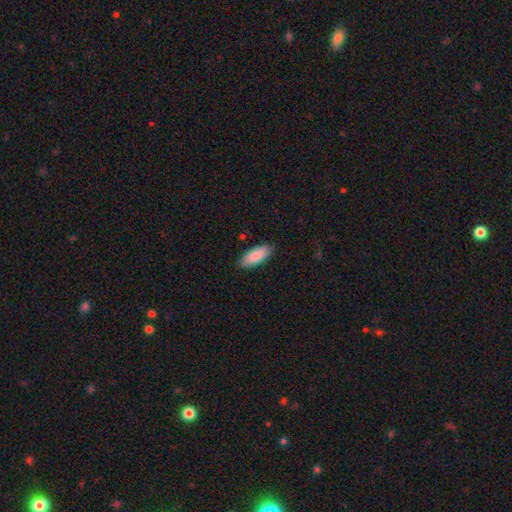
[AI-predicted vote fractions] A smooth galaxy with no disk features (89%) that is in between round and cigar-shaped (81%).

Vote fractions:
- Smooth or featured? smooth: 89% / featured or disk: 6% / star or artifact: 5%
- How rounded? in between: 81% / cigar-shaped: 18% / round: 2%
- Merging? none: 88% / minor disturbance: 9% / major disturbance: 2% / merger: 1%